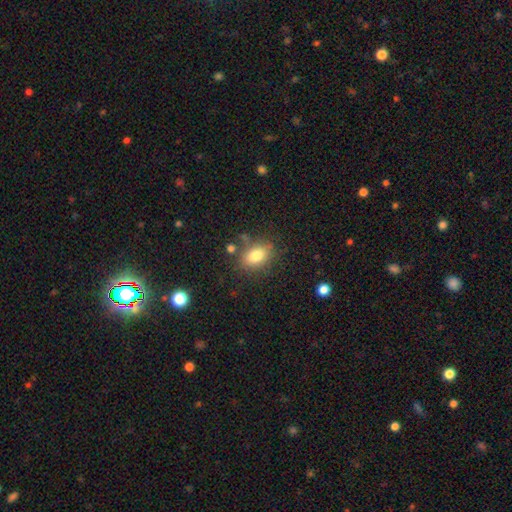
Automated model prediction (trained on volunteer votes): smooth-or-featured: smooth: 80% | featured or disk: 11% | star or artifact: 10%
  how-rounded: in between: 79% | round: 20% | cigar-shaped: 2%
  merging: none: 73% | minor disturbance: 16% | merger: 6% | major disturbance: 5%